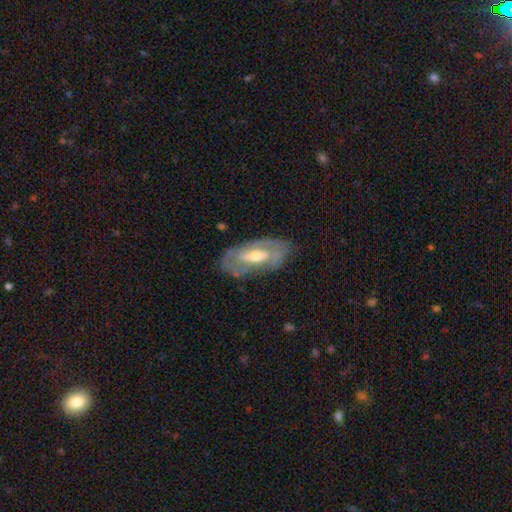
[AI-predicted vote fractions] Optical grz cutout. It shows a featured or disk galaxy (69%) with a weak bar (38%), spiral arms (57%) and a moderate central bulge (65%). Merging: none (72%).